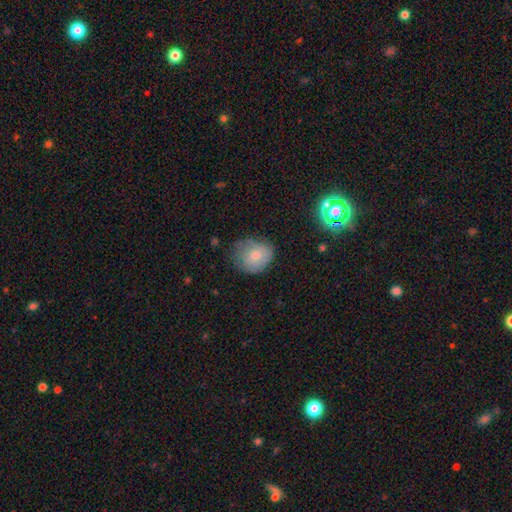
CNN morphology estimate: The model was most divided on "merging": none: 55%, minor disturbance: 32%, major disturbance: 11%, merger: 2%. More confident: smooth or featured — smooth (72%); how rounded — round (65%).